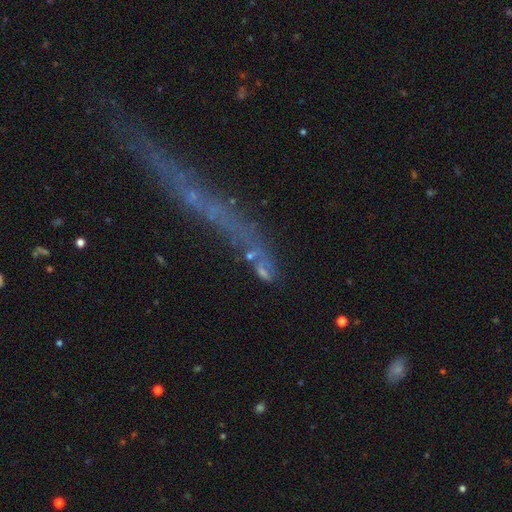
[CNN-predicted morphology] Smooth or featured: star or artifact — 34% (tied with featured or disk — 34%)